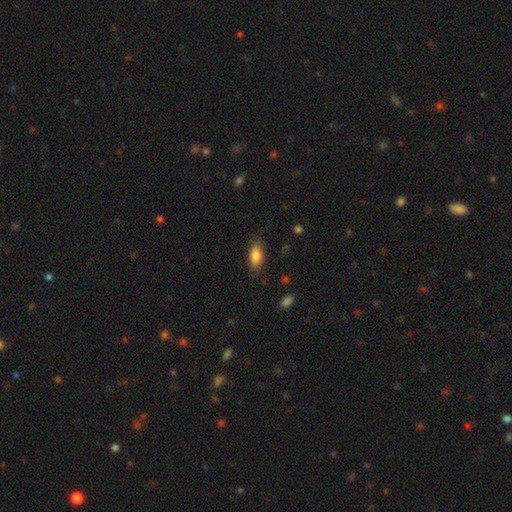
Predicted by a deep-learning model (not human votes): Morphology: type=smooth (85%); roundness=in between (87%); merging=none (82%).